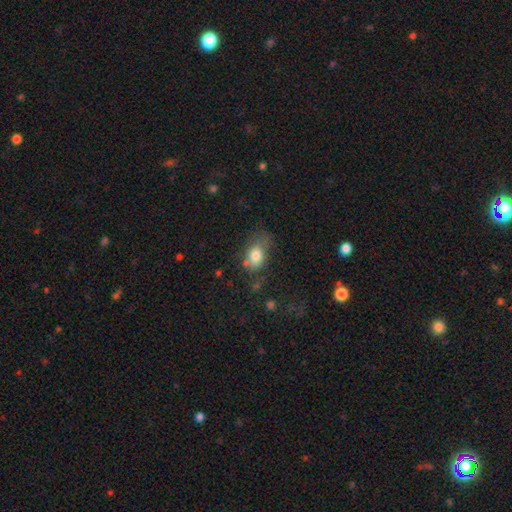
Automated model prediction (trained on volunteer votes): This is likely a smooth galaxy (78%). How rounded: likely in between (72%). Merging: marginally none (45%).